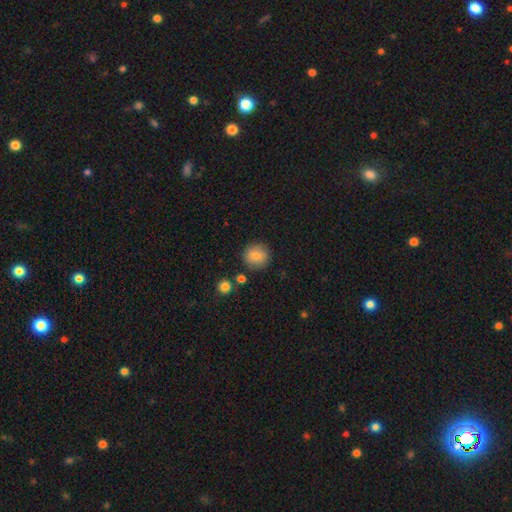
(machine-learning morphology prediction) A smooth galaxy with no disk features (83%) that is round (91%).

Vote fractions:
- Smooth or featured? smooth: 83% / star or artifact: 9% / featured or disk: 8%
- How rounded? round: 91% / in between: 8% / cigar-shaped: 1%
- Merging? none: 86% / minor disturbance: 8% / merger: 3% / major disturbance: 2%